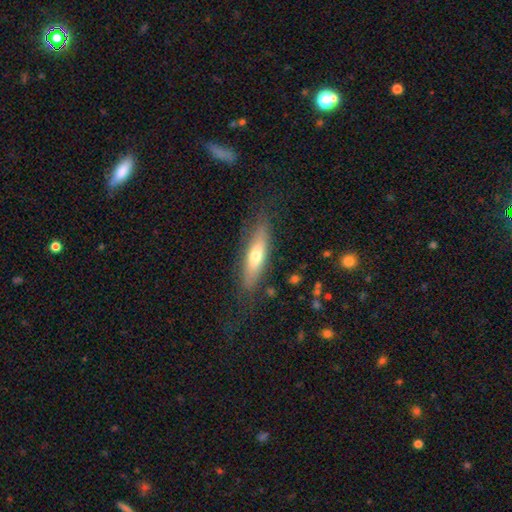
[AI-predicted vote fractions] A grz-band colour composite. It shows a smooth galaxy with no disk features (58%) that is cigar-shaped (62%). Merging: none (77%).